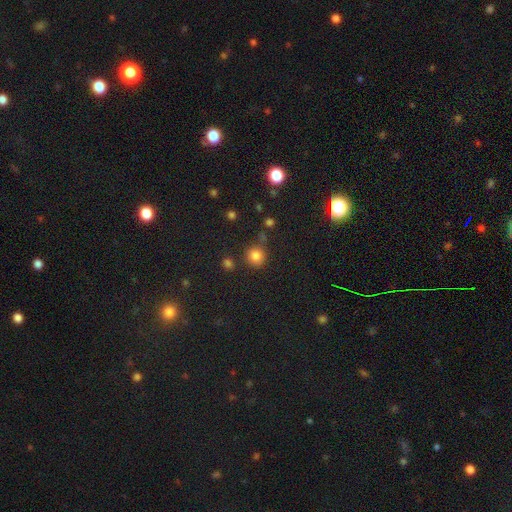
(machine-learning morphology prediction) Overall: smooth (81%). How rounded: round (91%). Merging: none (78%).